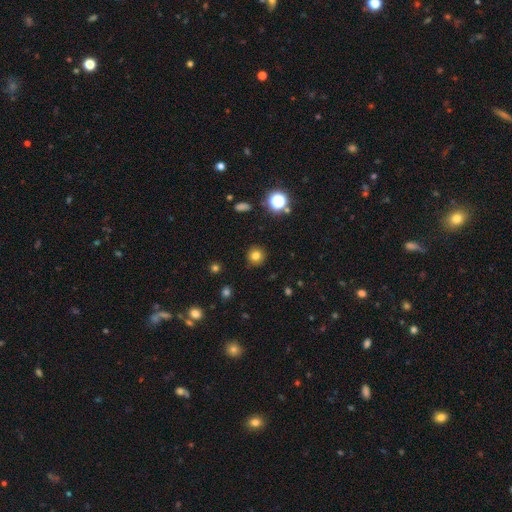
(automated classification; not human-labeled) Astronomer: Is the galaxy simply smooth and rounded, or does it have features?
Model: smooth — 78%.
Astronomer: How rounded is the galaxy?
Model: round — 92%.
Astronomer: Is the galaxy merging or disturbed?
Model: none — 89%.